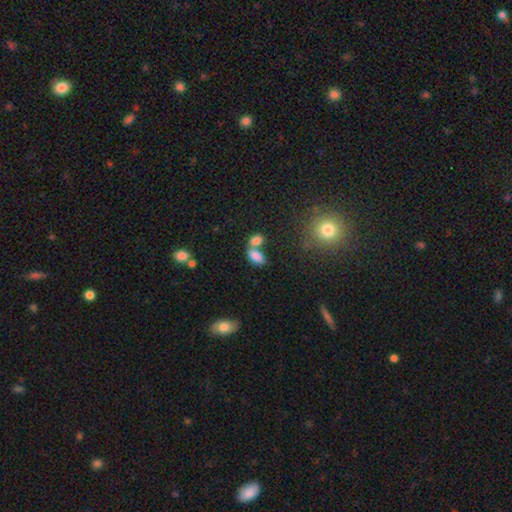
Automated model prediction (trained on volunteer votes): smooth 82%, star or artifact 10%, featured or disk 8%. Down the decision tree: how rounded — in between (90%); merging — merger (48%).